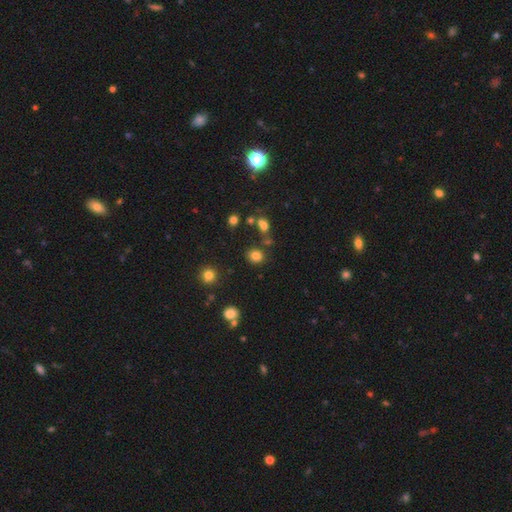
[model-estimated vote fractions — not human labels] This appears to be a smooth galaxy with no disk features (80%) that is round (74%). Merging: none (77%).